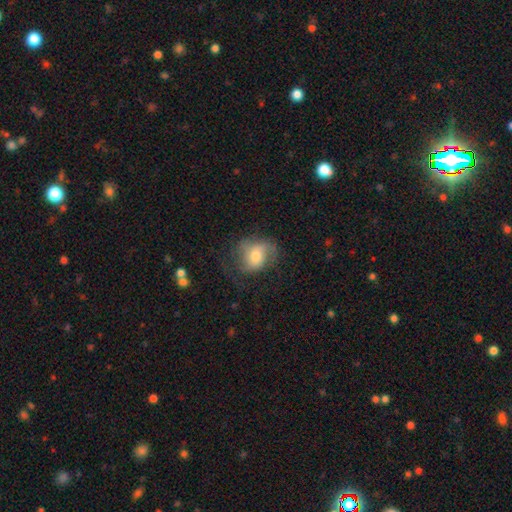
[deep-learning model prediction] Smooth or featured?
  - smooth: 49% *
  - featured or disk: 42%
  - star or artifact: 9%
Merging?
  - none: 51% *
  - minor disturbance: 25%
  - major disturbance: 22%
  - merger: 2%